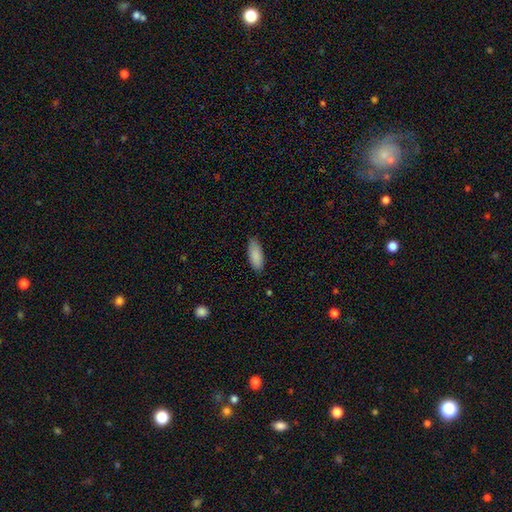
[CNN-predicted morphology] smooth_or_featured: smooth (p=0.89) [alt: star or artifact p=0.06]
how_rounded: in between (p=0.75) [alt: cigar-shaped p=0.24]
merging: none (p=0.86) [alt: minor disturbance p=0.11]